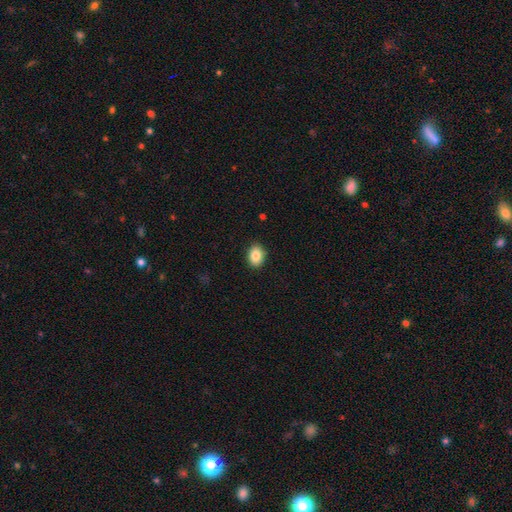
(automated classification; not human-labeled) Smooth or featured: smooth — 85% (star or artifact — 9%)
How rounded: in between — 68% (round — 31%)
Merging: none — 89% (minor disturbance — 8%)